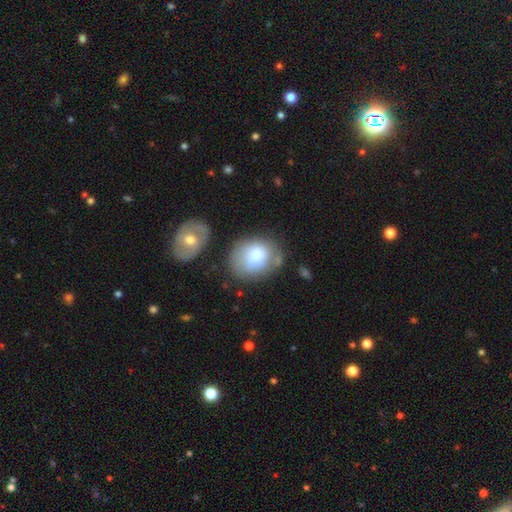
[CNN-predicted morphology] Smooth or featured? smooth (73%)
How rounded? in between (61%)
Merging? none (56%)